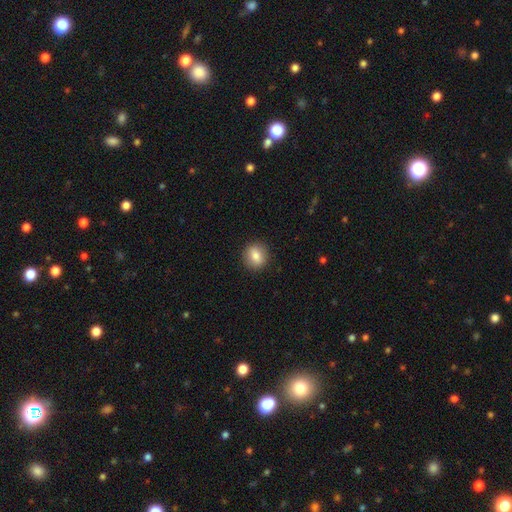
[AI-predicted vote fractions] Overall: smooth (81%). How rounded: round (77%). Merging: none (90%).